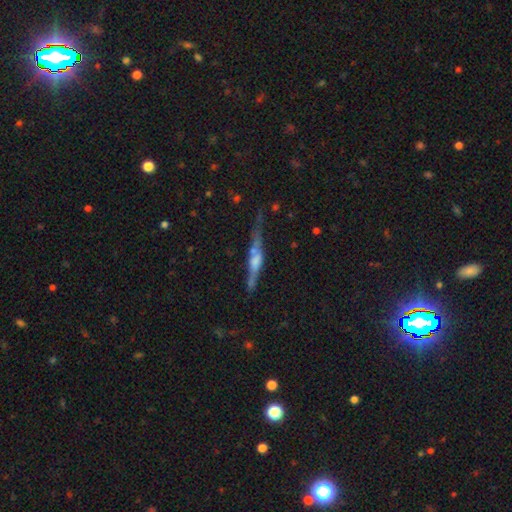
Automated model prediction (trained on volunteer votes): smooth_or_featured: featured or disk (p=0.72) [alt: smooth p=0.16]
disk_edge_on: yes (p=0.94) [alt: no p=0.06]
edge_on_bulge: rounded (p=0.69) [alt: boxy p=0.18]
merging: none (p=0.67) [alt: minor disturbance p=0.20]